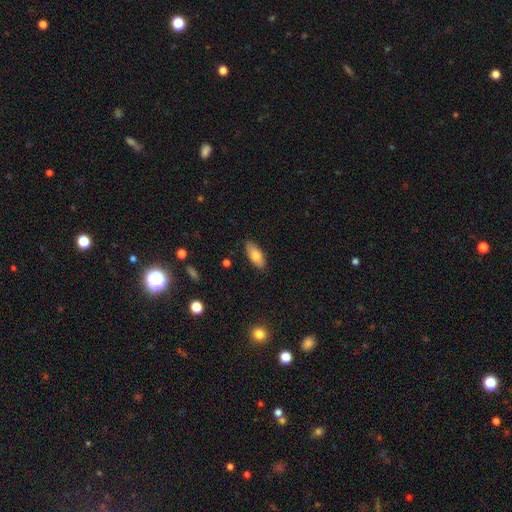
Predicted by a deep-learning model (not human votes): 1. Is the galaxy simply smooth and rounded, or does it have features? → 80% smooth, 13% featured or disk, 7% star or artifact.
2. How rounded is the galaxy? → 84% in between, 14% cigar-shaped, 2% round.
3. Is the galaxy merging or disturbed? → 84% none, 13% minor disturbance, 2% major disturbance, 1% merger.